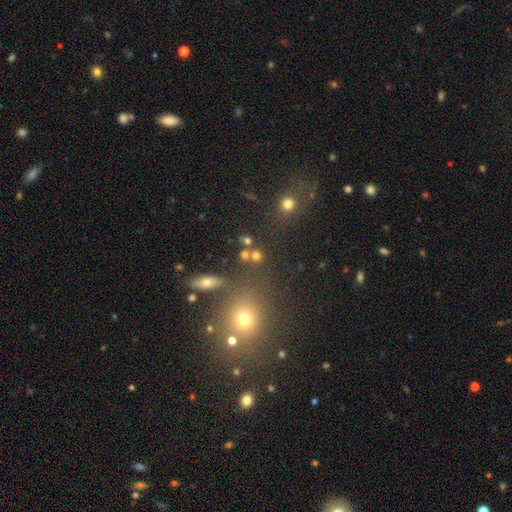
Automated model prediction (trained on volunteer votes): Smooth or featured?
  - smooth: 70% *
  - star or artifact: 20%
  - featured or disk: 10%
How rounded?
  - round: 81% *
  - in between: 16%
  - cigar-shaped: 2%
Merging?
  - none: 65% *
  - merger: 21%
  - minor disturbance: 9%
  - major disturbance: 5%